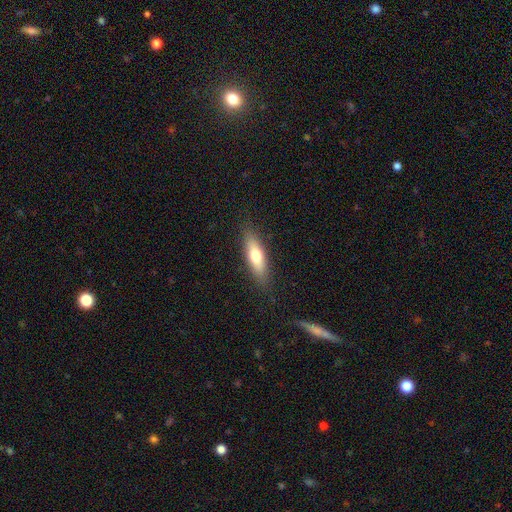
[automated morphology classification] smooth 66%, featured or disk 27%, star or artifact 6%. Down the decision tree: how rounded — cigar-shaped (54%); merging — none (85%).